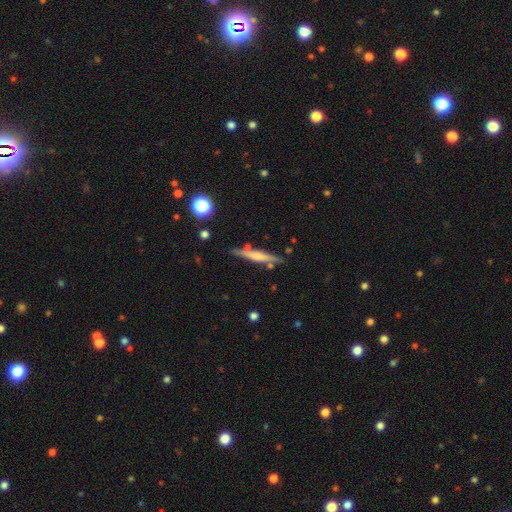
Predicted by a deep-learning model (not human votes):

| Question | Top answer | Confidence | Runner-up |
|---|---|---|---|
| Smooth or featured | featured or disk | 52% | smooth (41%) |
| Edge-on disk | yes | 95% | no (5%) |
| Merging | none | 79% | minor disturbance (13%) |